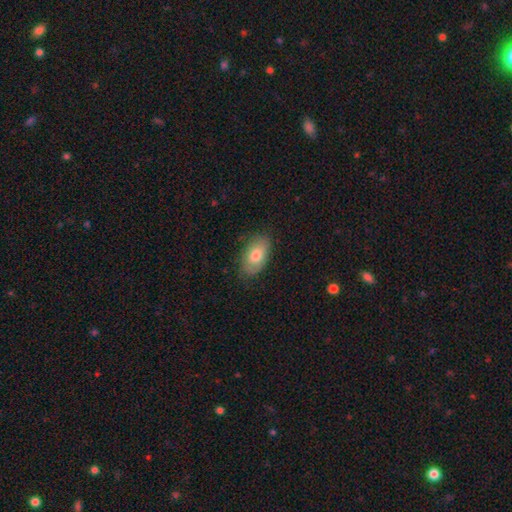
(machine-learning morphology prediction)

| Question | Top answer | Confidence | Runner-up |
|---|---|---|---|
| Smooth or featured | smooth | 74% | featured or disk (20%) |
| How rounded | in between | 93% | round (5%) |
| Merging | none | 76% | minor disturbance (19%) |